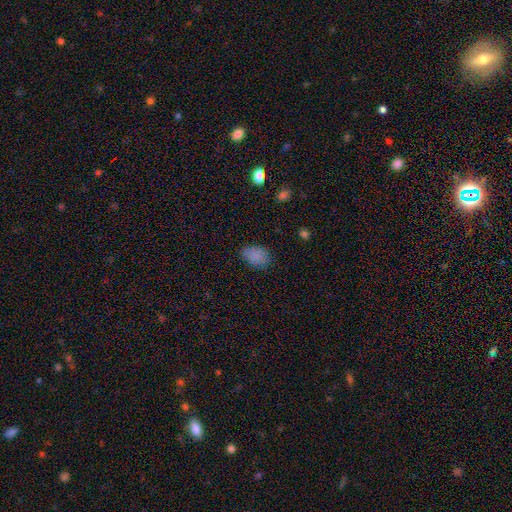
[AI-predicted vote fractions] A smooth galaxy with no disk features (84%) that is in between round and cigar-shaped (85%).

Vote fractions:
- Smooth or featured? smooth: 84% / star or artifact: 11% / featured or disk: 5%
- How rounded? in between: 85% / round: 14% / cigar-shaped: 1%
- Merging? none: 79% / minor disturbance: 16% / major disturbance: 4% / merger: 1%